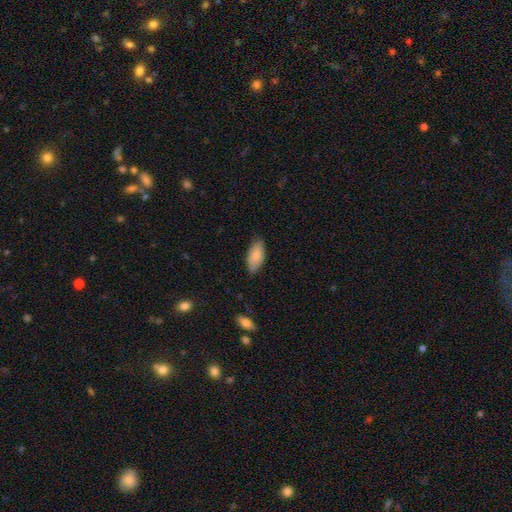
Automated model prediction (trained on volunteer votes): Smooth or featured?
  - smooth: 84% *
  - featured or disk: 10%
  - star or artifact: 6%
How rounded?
  - in between: 90% *
  - cigar-shaped: 8%
  - round: 2%
Merging?
  - none: 80% *
  - minor disturbance: 17%
  - major disturbance: 3%
  - merger: 1%